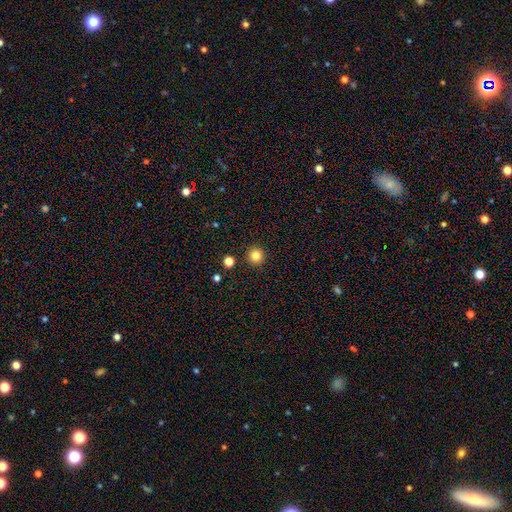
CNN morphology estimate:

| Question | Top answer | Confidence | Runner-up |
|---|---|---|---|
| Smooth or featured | smooth | 83% | star or artifact (13%) |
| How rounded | round | 96% | in between (3%) |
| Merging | none | 92% | minor disturbance (5%) |